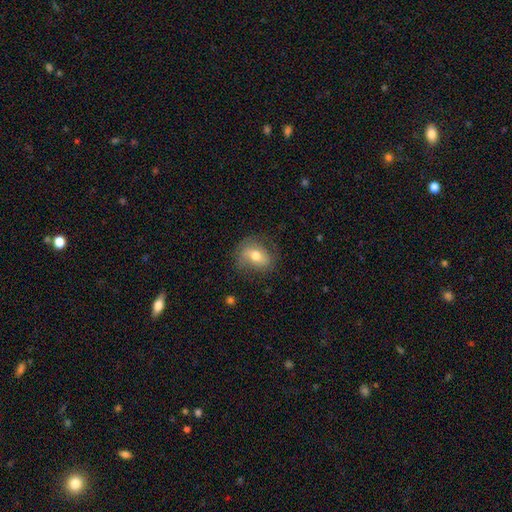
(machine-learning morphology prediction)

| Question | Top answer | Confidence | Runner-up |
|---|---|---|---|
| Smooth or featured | smooth | 60% | featured or disk (31%) |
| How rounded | in between | 62% | round (36%) |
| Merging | none | 70% | minor disturbance (21%) |